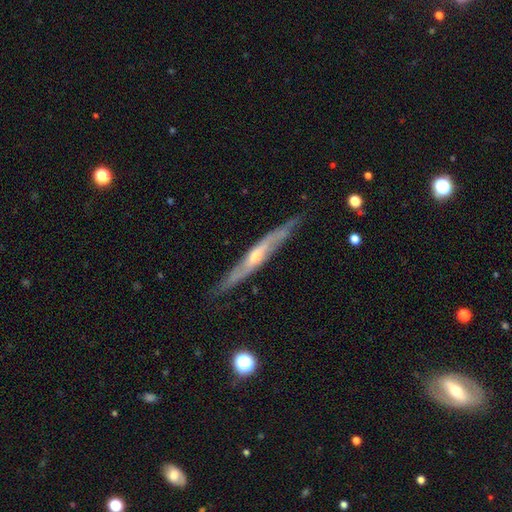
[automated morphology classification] A featured or disk galaxy (71%) viewed edge-on (83%) with a rounded central bulge (63%).

Vote fractions:
- Smooth or featured? featured or disk: 71% / smooth: 23% / star or artifact: 5%
- Edge-on disk? yes: 83% / no: 17%
- Edge-on bulge? rounded: 63% / none: 31% / boxy: 6%
- Merging? none: 80% / minor disturbance: 16% / major disturbance: 3% / merger: 2%